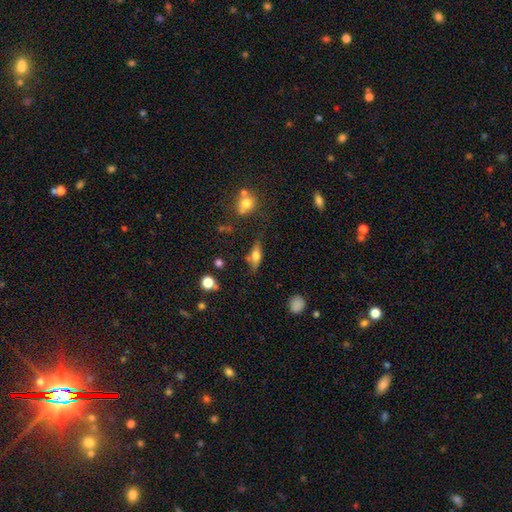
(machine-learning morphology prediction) A smooth galaxy with no disk features (57%) that is in between round and cigar-shaped (62%).

Vote fractions:
- Smooth or featured? smooth: 57% / featured or disk: 33% / star or artifact: 10%
- How rounded? in between: 62% / cigar-shaped: 31% / round: 7%
- Merging? none: 64% / minor disturbance: 21% / major disturbance: 8% / merger: 8%